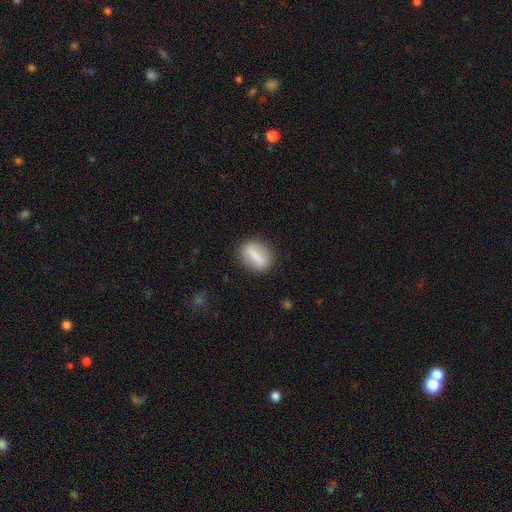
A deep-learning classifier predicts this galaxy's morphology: Smooth or featured: smooth — 70% (featured or disk — 22%)
How rounded: in between — 62% (round — 23%)
Merging: none — 85% (minor disturbance — 10%)